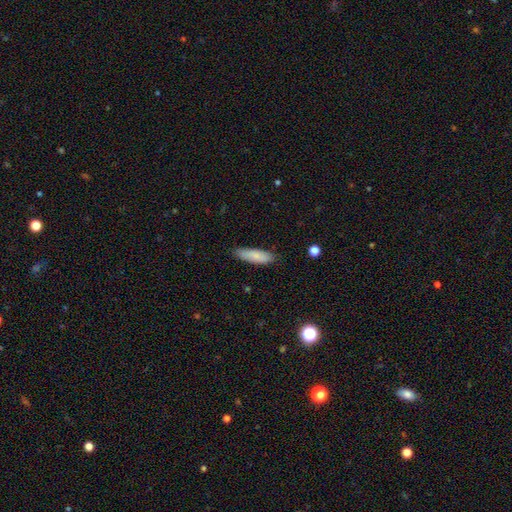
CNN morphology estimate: type=smooth (81%); roundness=in between (50%); merging=none (82%).